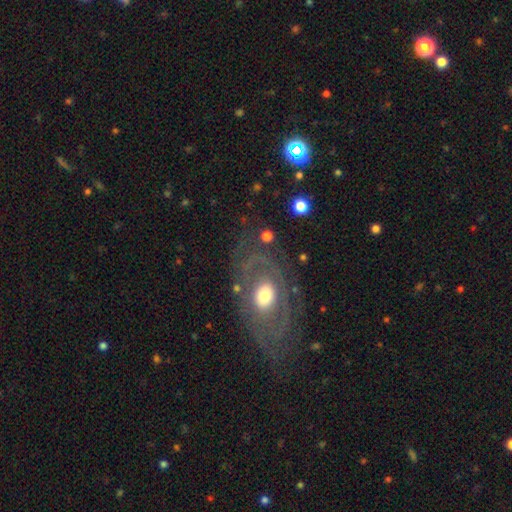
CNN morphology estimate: This is likely a featured or disk galaxy (72%). It is clearly not viewed edge-on (92%). Bar: likely no (80%). Spiral arm pattern: possibly yes (58%). Central bulge: likely moderate (66%). Merging: likely none (74%).